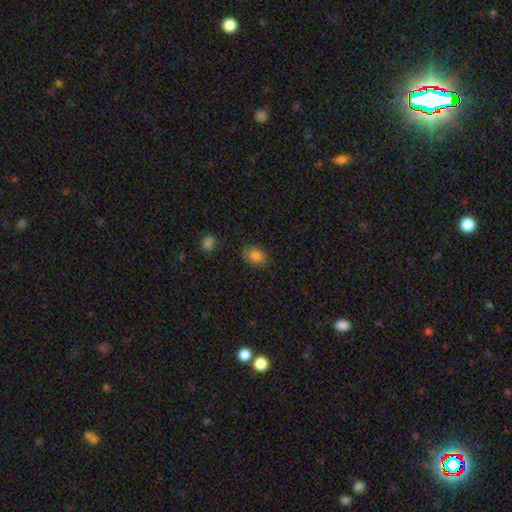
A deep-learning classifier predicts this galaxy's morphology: Smooth or featured: smooth — 83% (star or artifact — 10%)
How rounded: in between — 75% (round — 24%)
Merging: none — 73% (minor disturbance — 20%)